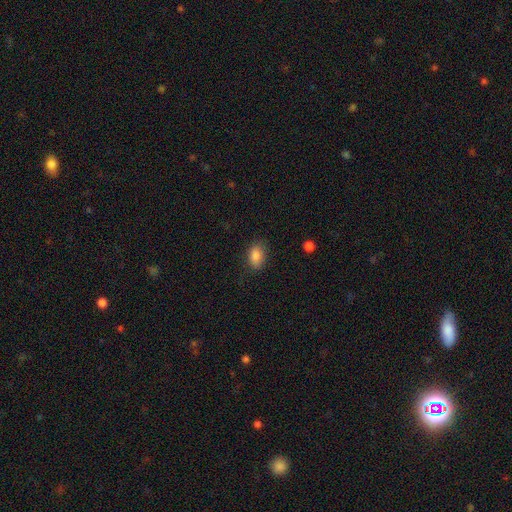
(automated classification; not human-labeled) Smooth or featured: smooth — 86% (star or artifact — 8%)
How rounded: in between — 86% (round — 12%)
Merging: none — 82% (minor disturbance — 14%)